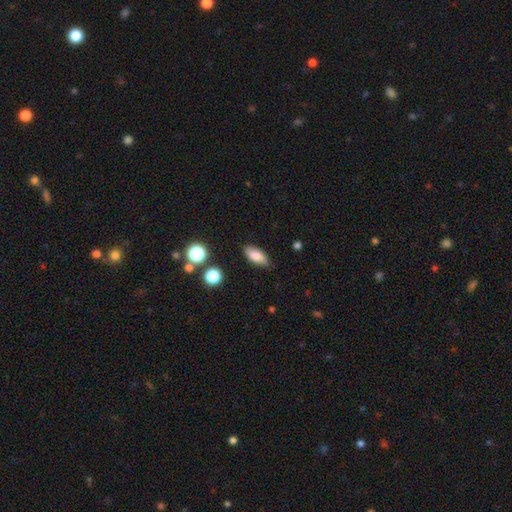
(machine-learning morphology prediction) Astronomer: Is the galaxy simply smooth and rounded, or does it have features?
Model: smooth — 80%.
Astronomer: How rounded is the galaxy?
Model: in between — 82%.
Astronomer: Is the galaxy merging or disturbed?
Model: none — 85%.